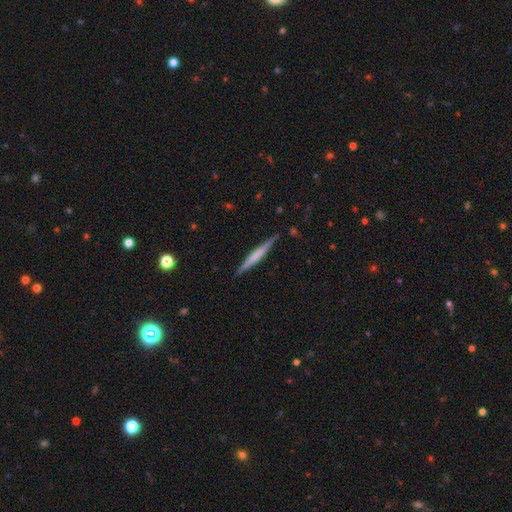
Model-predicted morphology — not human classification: type=featured or disk (54%); edge-on=yes (98%); edge-on bulge=none (56%); merging=none (89%).